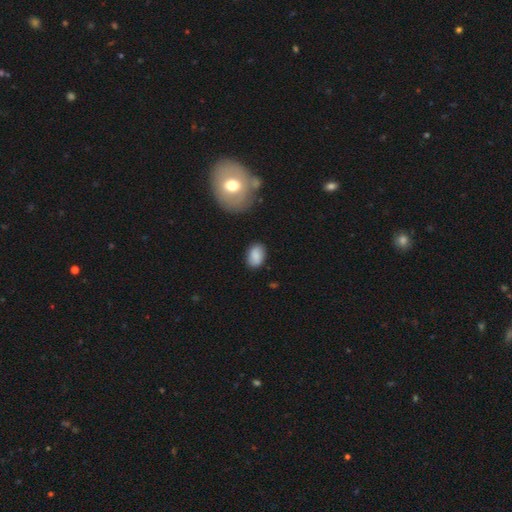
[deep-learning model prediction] smooth 83%, featured or disk 9%, star or artifact 8%. Down the decision tree: how rounded — in between (86%); merging — none (82%).